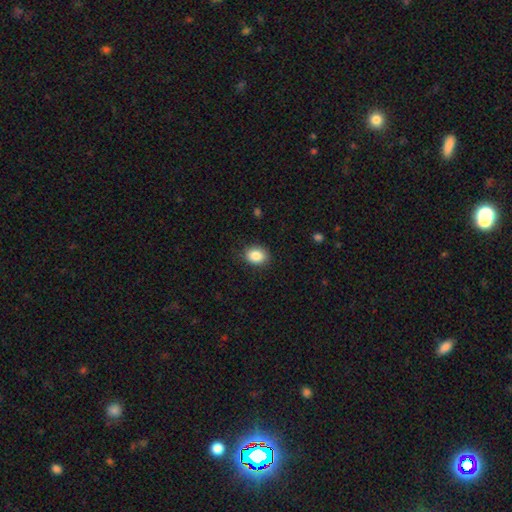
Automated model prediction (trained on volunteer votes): The model was most divided on "how rounded": in between: 58%, round: 41%, cigar-shaped: 1%. More confident: smooth or featured — smooth (86%); merging — none (85%).